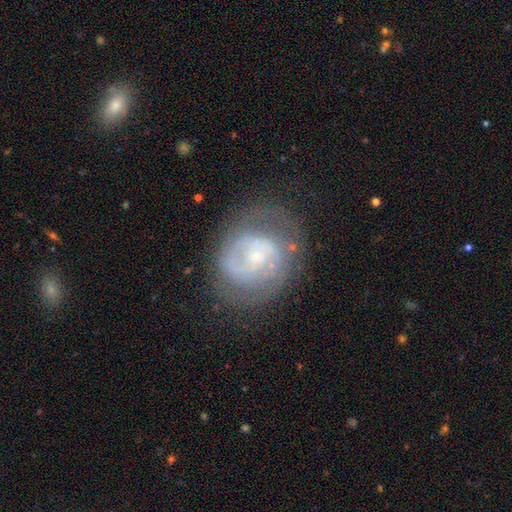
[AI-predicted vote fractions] featured or disk 77%, smooth 16%, star or artifact 7%. Down the decision tree: edge-on disk — no (98%); bar — no (59%); spiral arms — yes (86%); spiral arm count — 2 (46%); spiral winding — tight (55%); bulge size — small (74%); merging — none (65%).